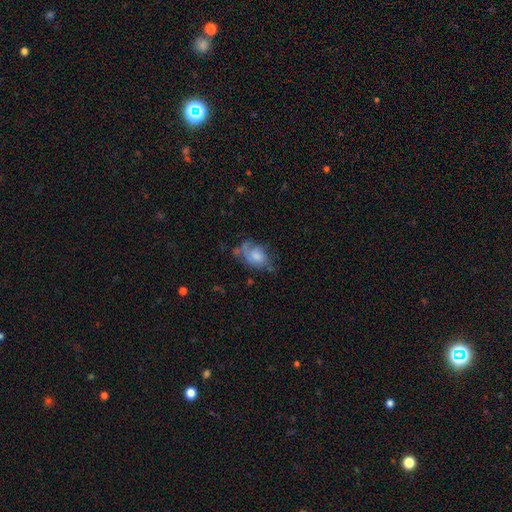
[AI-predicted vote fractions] A smooth galaxy with no disk features (54%) that is in between round and cigar-shaped (86%).

Vote fractions:
- Smooth or featured? smooth: 54% / featured or disk: 37% / star or artifact: 9%
- How rounded? in between: 86% / round: 11% / cigar-shaped: 2%
- Merging? none: 37% / minor disturbance: 31% / major disturbance: 25% / merger: 7%